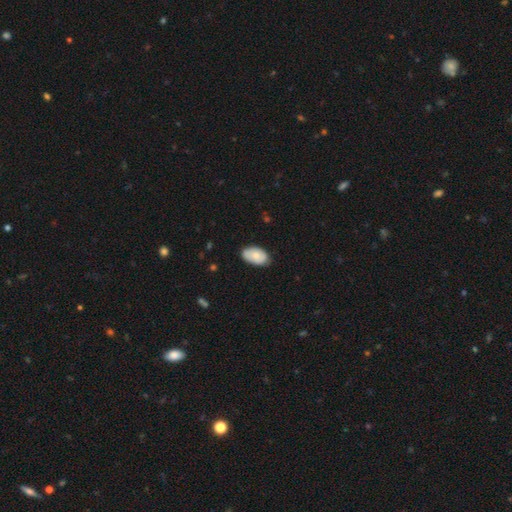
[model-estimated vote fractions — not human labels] Smooth or featured: smooth — 77% (featured or disk — 17%)
How rounded: in between — 94% (round — 5%)
Merging: none — 79% (minor disturbance — 18%)